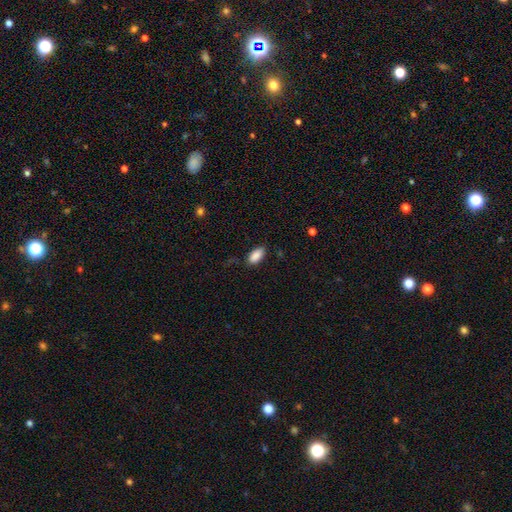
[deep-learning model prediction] Q: Smooth or featured?
A: smooth (89%); runner-up: star or artifact (7%)
Q: How rounded?
A: in between (92%); runner-up: cigar-shaped (6%)
Q: Merging?
A: none (79%); runner-up: minor disturbance (16%)